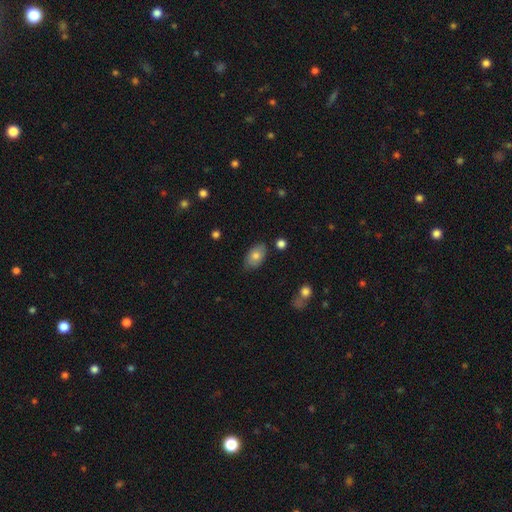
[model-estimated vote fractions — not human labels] smooth_or_featured: smooth (p=0.77) [alt: featured or disk p=0.15]
how_rounded: in between (p=0.91) [alt: round p=0.07]
merging: none (p=0.79) [alt: minor disturbance p=0.16]